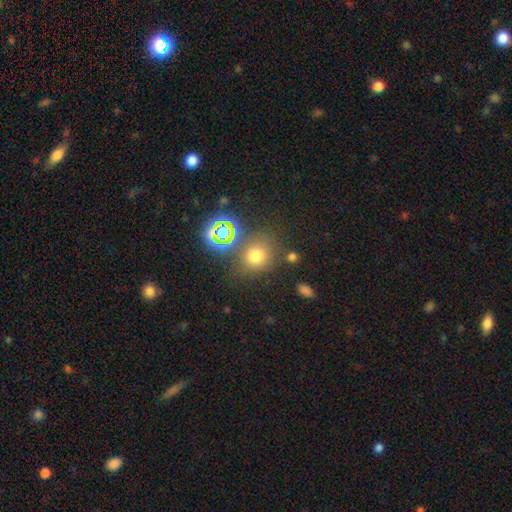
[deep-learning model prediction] Overall: smooth (69%). How rounded: round (83%). Merging: none (75%).